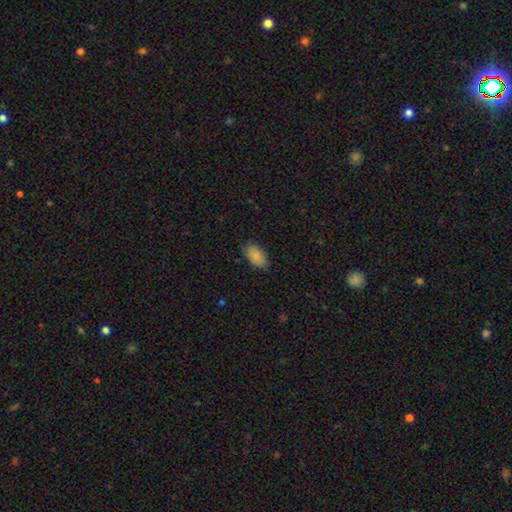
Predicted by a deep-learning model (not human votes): Smooth or featured?
  - smooth: 85% *
  - featured or disk: 8%
  - star or artifact: 7%
How rounded?
  - in between: 94% *
  - round: 4%
  - cigar-shaped: 2%
Merging?
  - none: 81% *
  - minor disturbance: 15%
  - major disturbance: 3%
  - merger: 1%